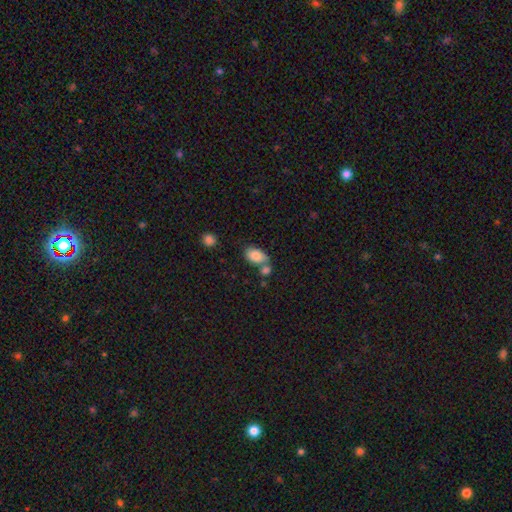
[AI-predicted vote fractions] This appears to be a smooth galaxy with no disk features (85%) that is in between round and cigar-shaped (90%). Merging: none (48%).